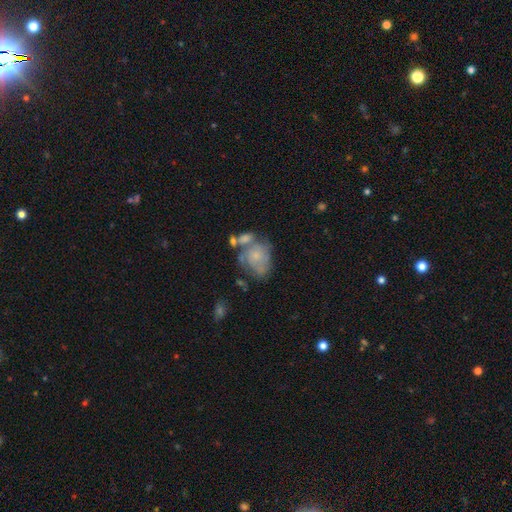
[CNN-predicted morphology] smooth-or-featured: featured or disk: 49% | smooth: 41% | star or artifact: 10%
  merging: merger: 33% | none: 30% | minor disturbance: 20% | major disturbance: 18%